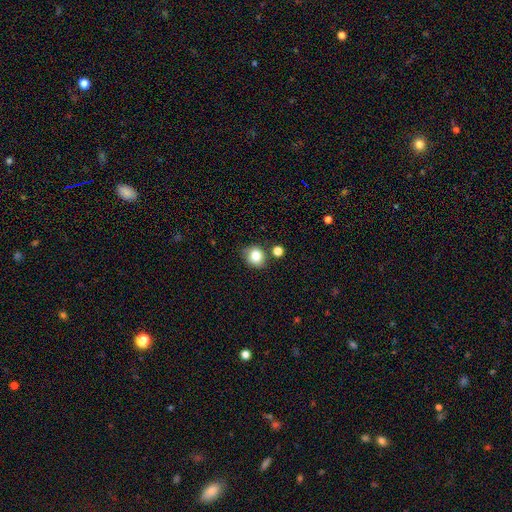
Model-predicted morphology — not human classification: Smooth or featured? Predicted: smooth (p=0.81). How rounded? Predicted: round (p=0.81). Merging? Predicted: none (p=0.74).